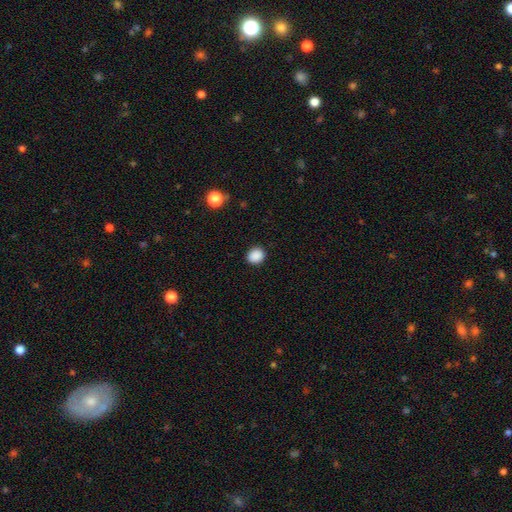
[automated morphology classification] smooth 88%, star or artifact 9%, featured or disk 2%. Down the decision tree: how rounded — round (71%); merging — none (90%).